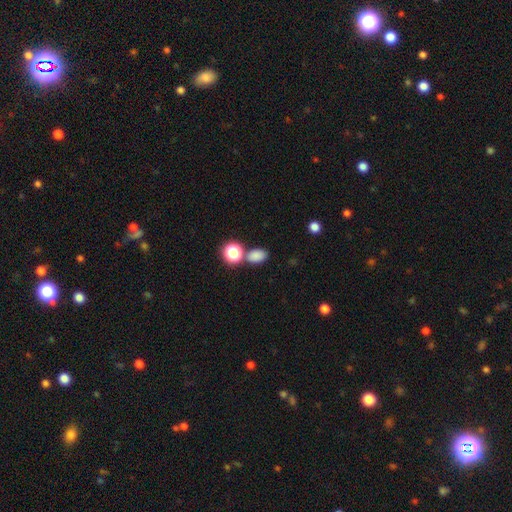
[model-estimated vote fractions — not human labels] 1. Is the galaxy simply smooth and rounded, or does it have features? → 81% smooth, 14% star or artifact, 5% featured or disk.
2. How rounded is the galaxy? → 76% in between, 22% round, 1% cigar-shaped.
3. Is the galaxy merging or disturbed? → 69% none, 16% merger, 11% minor disturbance, 4% major disturbance.